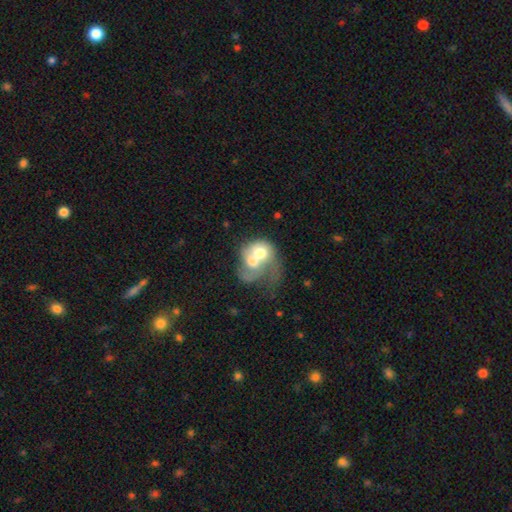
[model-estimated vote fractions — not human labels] Smooth or featured?
  - featured or disk: 48% *
  - smooth: 45%
  - star or artifact: 7%
Merging?
  - merger: 74% *
  - major disturbance: 13%
  - none: 8%
  - minor disturbance: 5%